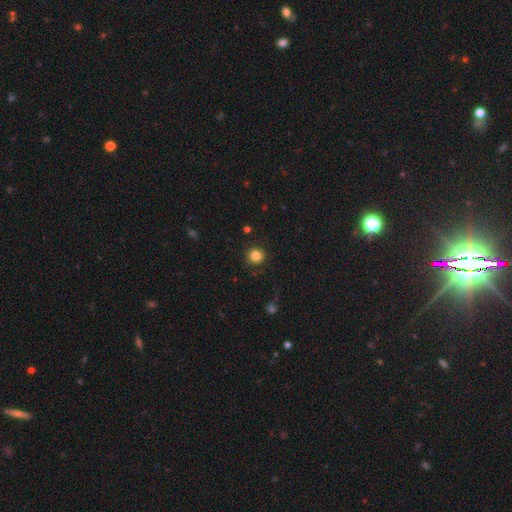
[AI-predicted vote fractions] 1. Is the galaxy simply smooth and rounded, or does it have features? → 84% smooth, 12% star or artifact, 4% featured or disk.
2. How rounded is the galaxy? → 92% round, 7% in between, 1% cigar-shaped.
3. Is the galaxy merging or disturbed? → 90% none, 6% minor disturbance, 2% major disturbance, 1% merger.